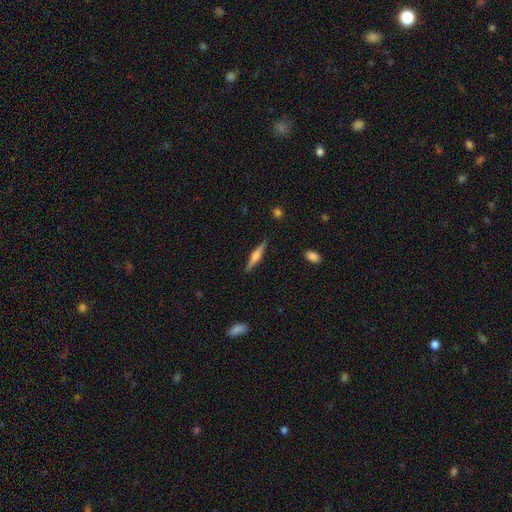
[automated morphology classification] Overall: featured or disk (60%; smooth 34%). Edge-on disk: yes (97%). Edge-on bulge: rounded (82%). Merging: none (89%).